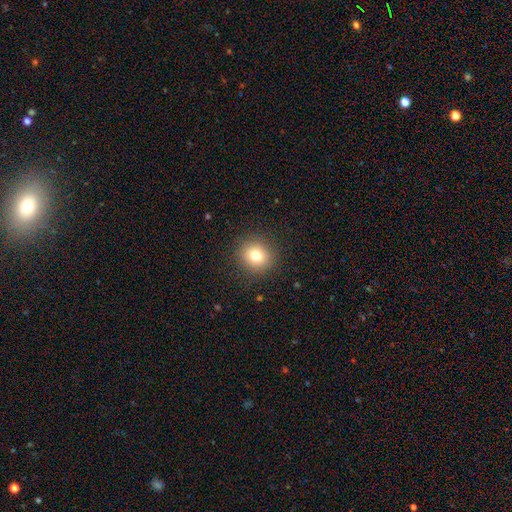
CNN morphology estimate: The model was most divided on "smooth or featured": smooth: 78%, star or artifact: 13%, featured or disk: 10%. More confident: merging — none (90%); how rounded — round (89%).